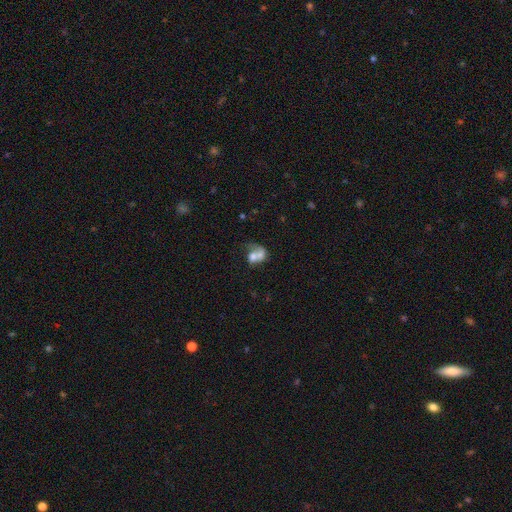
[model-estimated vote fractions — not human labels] This is possibly a smooth galaxy (51%). How rounded: possibly in between (55%). Merging: possibly merger (58%).